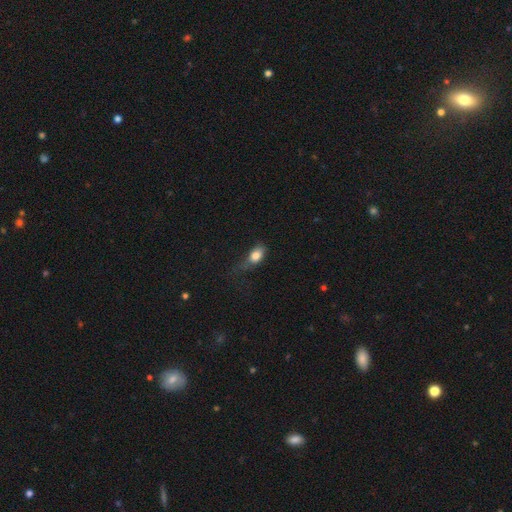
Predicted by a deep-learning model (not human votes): smooth_or_featured: smooth (p=0.82) [alt: featured or disk p=0.10]
how_rounded: in between (p=0.84) [alt: round p=0.12]
merging: none (p=0.38) [alt: minor disturbance p=0.33]